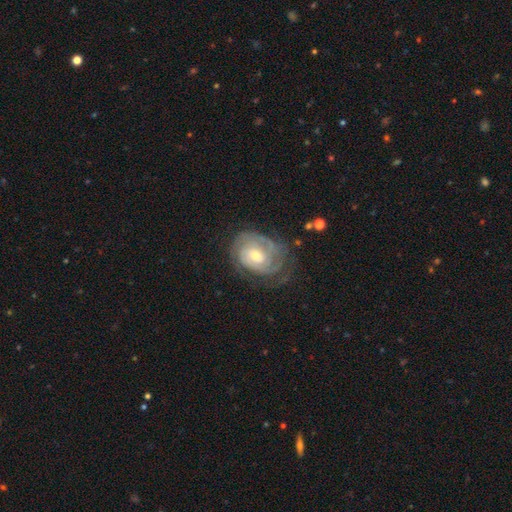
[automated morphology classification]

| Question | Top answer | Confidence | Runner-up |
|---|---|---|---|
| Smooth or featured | featured or disk | 82% | smooth (12%) |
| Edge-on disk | no | 97% | yes (3%) |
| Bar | no | 61% | weak (32%) |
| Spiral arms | yes | 94% | no (6%) |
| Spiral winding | tight | 70% | medium (24%) |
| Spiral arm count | can't tell | 36% | 2 (29%) |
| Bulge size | moderate | 53% | small (42%) |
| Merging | none | 62% | minor disturbance (23%) |